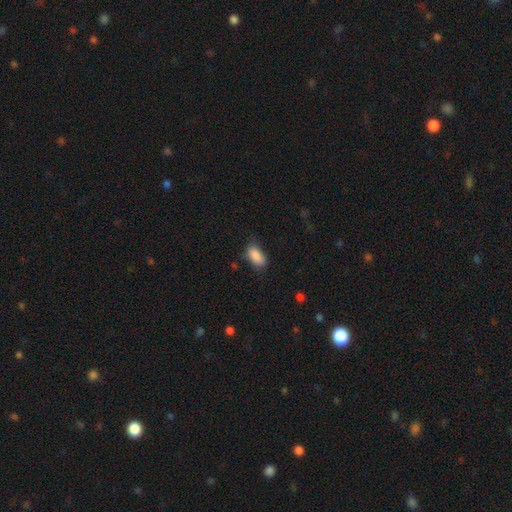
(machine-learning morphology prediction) A smooth galaxy with no disk features (88%) that is in between round and cigar-shaped (91%). Merging: none (72%).